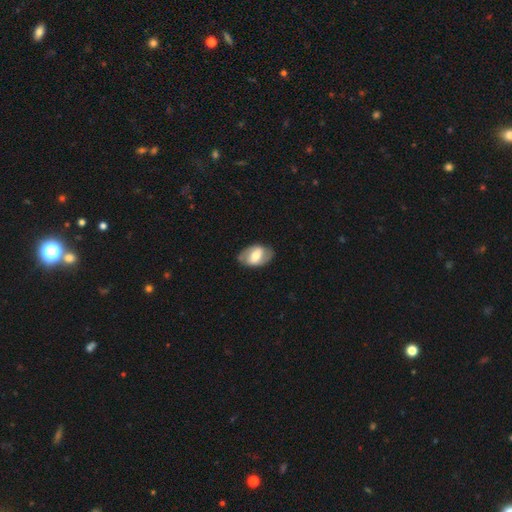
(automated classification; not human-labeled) Smooth or featured? featured or disk (57%)
Edge-on disk? no (93%)
Bar? strong (45%)
Spiral arms? yes (56%)
Bulge size? moderate (59%)
Merging? none (80%)